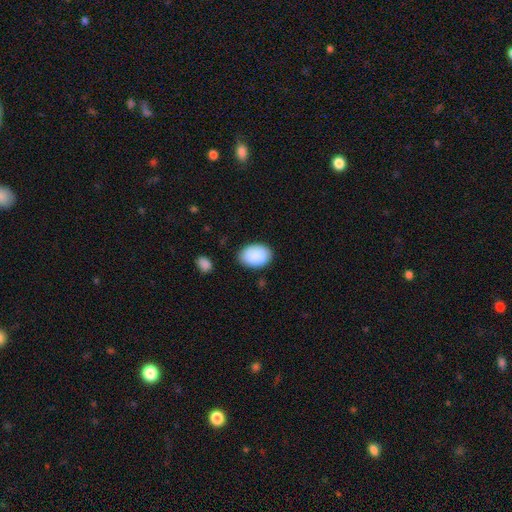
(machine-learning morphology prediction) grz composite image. It shows a smooth galaxy with no disk features (90%) that is in between round and cigar-shaped (84%). Merging: none (81%).